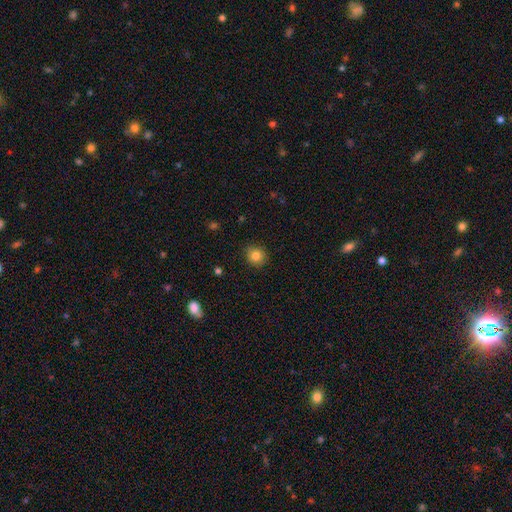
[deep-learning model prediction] Morphology: type=smooth (84%); roundness=round (88%); merging=none (88%).